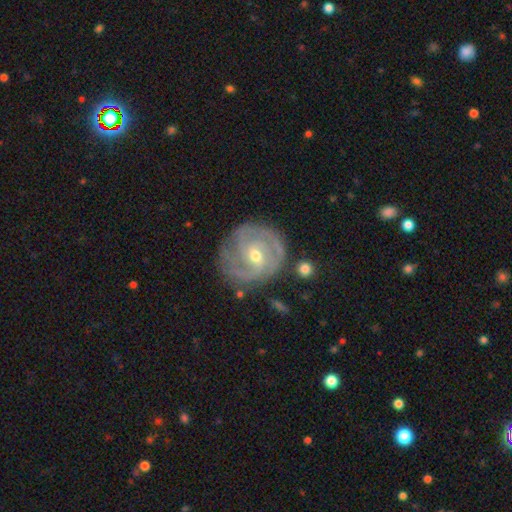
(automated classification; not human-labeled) Overall: featured or disk (87%). Edge-on disk: no (98%). Bar: weak (47%; no 41%). Spiral arms: yes (96%). Spiral arm count: 3 (34%; 2 29%). Spiral winding: tight (64%; medium 30%). Bulge size: moderate (53%; small 44%). Merging: none (74%).